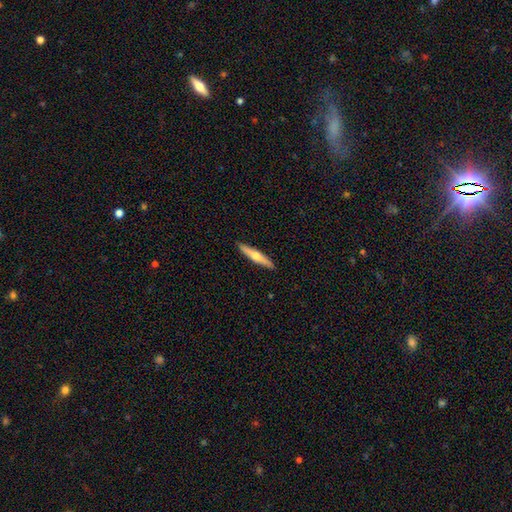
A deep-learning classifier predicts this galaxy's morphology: A featured or disk galaxy (51%) viewed edge-on (95%). Merging: none (91%).